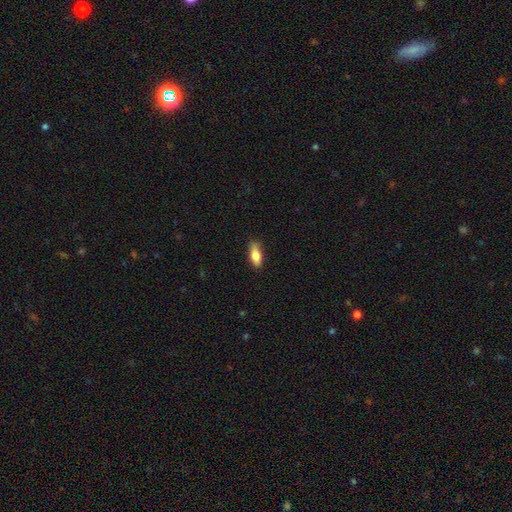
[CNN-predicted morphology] Q: Smooth or featured?
A: smooth (79%); runner-up: featured or disk (14%)
Q: How rounded?
A: in between (73%); runner-up: cigar-shaped (24%)
Q: Merging?
A: none (79%); runner-up: minor disturbance (16%)